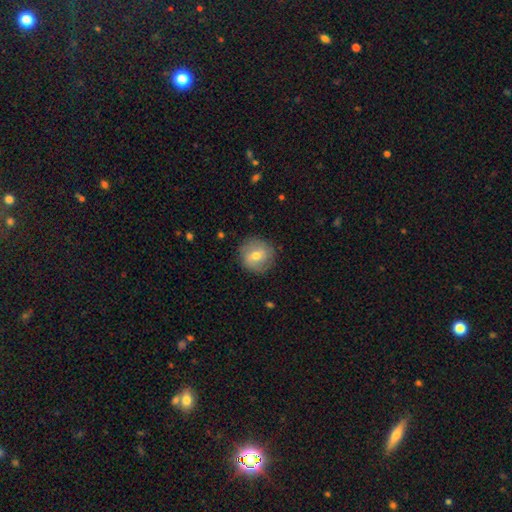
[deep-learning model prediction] A smooth galaxy with no disk features (62%) that is round (90%).

Vote fractions:
- Smooth or featured? smooth: 62% / featured or disk: 30% / star or artifact: 8%
- How rounded? round: 90% / in between: 9% / cigar-shaped: 1%
- Merging? none: 84% / minor disturbance: 11% / major disturbance: 3% / merger: 1%